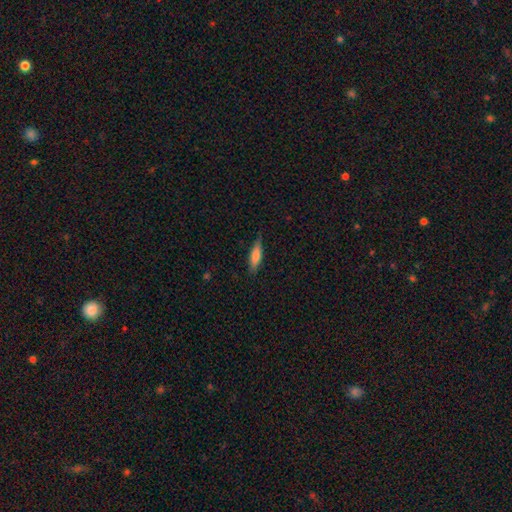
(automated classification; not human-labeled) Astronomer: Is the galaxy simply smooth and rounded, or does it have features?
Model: smooth — 68%.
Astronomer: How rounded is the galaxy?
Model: cigar-shaped — 69%.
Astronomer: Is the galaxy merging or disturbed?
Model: none — 83%.